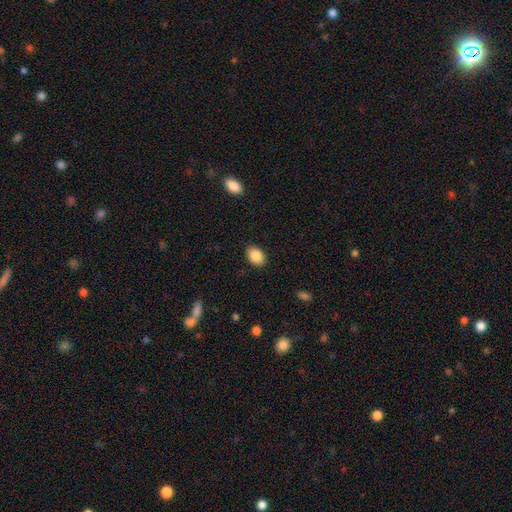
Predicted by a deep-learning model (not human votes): Overall: smooth (87%). How rounded: in between (75%). Merging: none (88%).